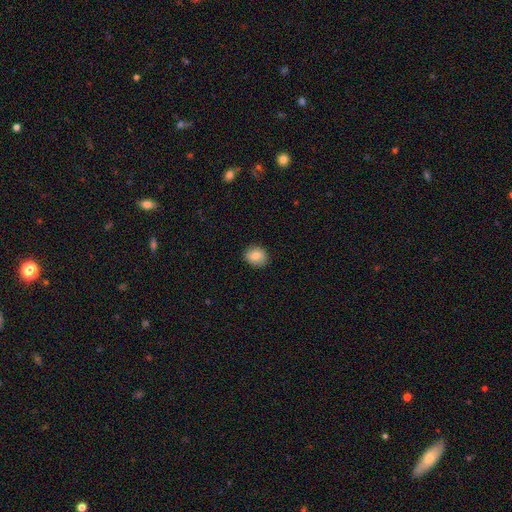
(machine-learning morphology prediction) Smooth or featured: smooth — 84% (star or artifact — 9%)
How rounded: round — 63% (in between — 36%)
Merging: none — 88% (minor disturbance — 8%)